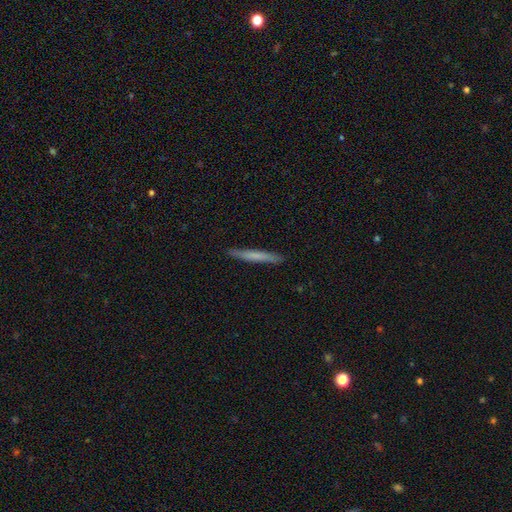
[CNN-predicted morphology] This is likely a smooth galaxy (66%). How rounded: clearly cigar-shaped (96%). Merging: clearly none (91%).